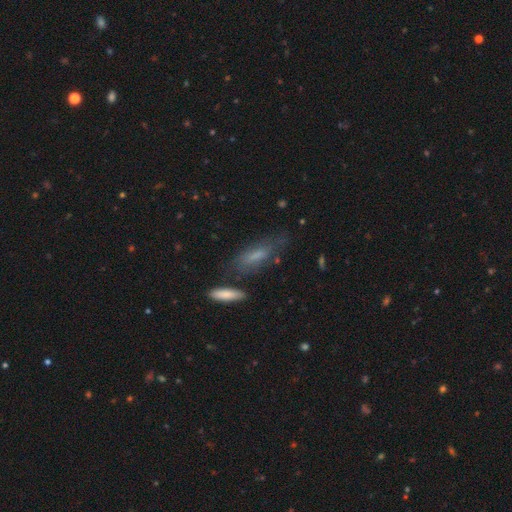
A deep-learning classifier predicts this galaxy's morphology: Overall: smooth (58%; featured or disk 31%). How rounded: cigar-shaped (50%; in between 47%). Merging: none (59%; minor disturbance 23%).